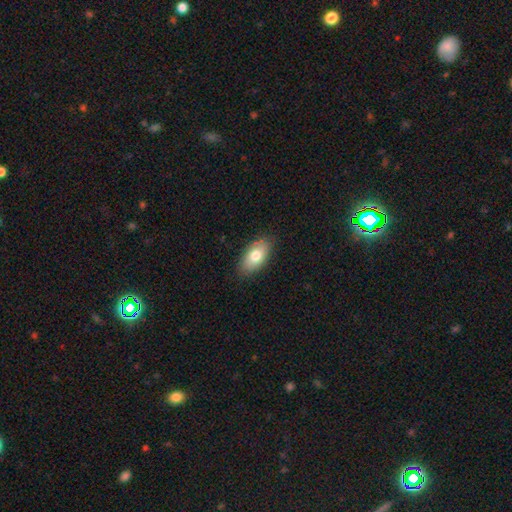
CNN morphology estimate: smooth_or_featured: smooth (p=0.75) [alt: featured or disk p=0.18]
how_rounded: in between (p=0.91) [alt: round p=0.05]
merging: none (p=0.84) [alt: minor disturbance p=0.12]